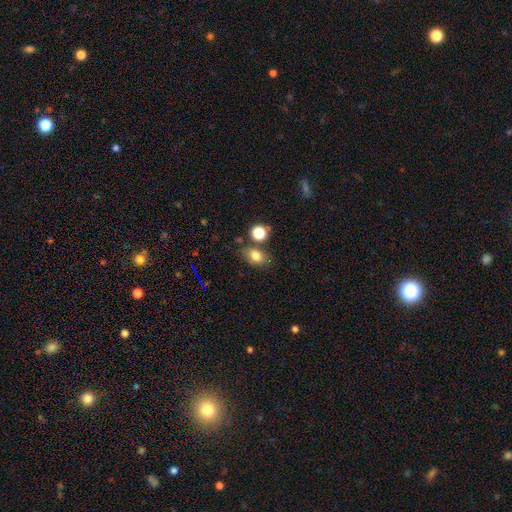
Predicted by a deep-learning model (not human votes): Smooth or featured?
  - smooth: 78% *
  - star or artifact: 12%
  - featured or disk: 10%
How rounded?
  - in between: 71% *
  - round: 27%
  - cigar-shaped: 2%
Merging?
  - none: 69% *
  - minor disturbance: 15%
  - merger: 11%
  - major disturbance: 5%